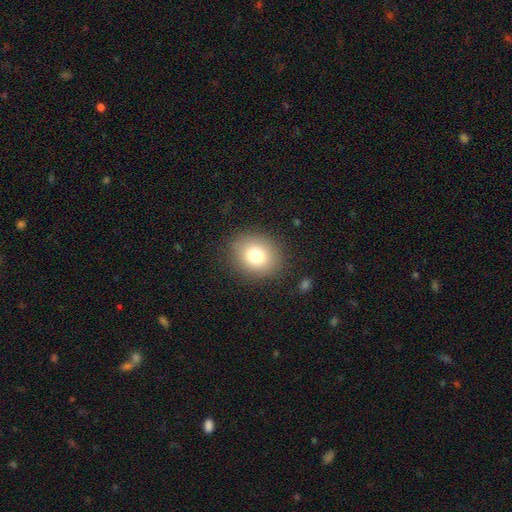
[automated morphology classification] Smooth or featured?
  - smooth: 77% *
  - star or artifact: 12%
  - featured or disk: 11%
How rounded?
  - round: 68% *
  - in between: 31%
  - cigar-shaped: 1%
Merging?
  - none: 87% *
  - minor disturbance: 8%
  - major disturbance: 4%
  - merger: 1%